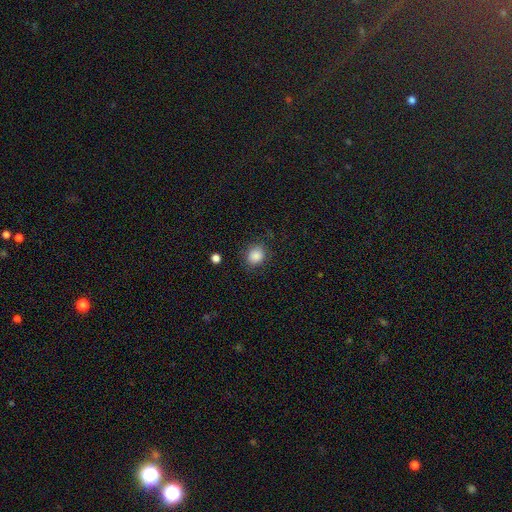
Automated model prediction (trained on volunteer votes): Smooth or featured? smooth (86%)
How rounded? round (77%)
Merging? none (84%)